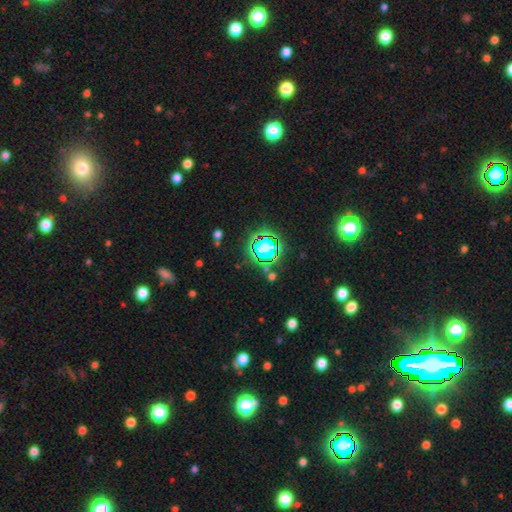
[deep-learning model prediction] smooth-or-featured: star or artifact: 80% | smooth: 12% | featured or disk: 8%